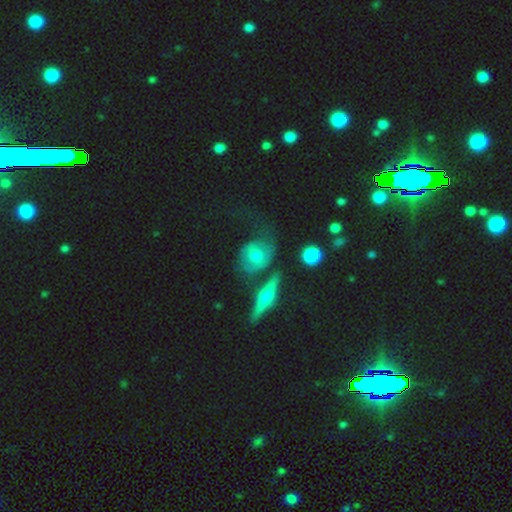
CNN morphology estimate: smooth-or-featured: featured or disk: 60% | smooth: 31% | star or artifact: 8%
  disk-edge-on: no: 66% | yes: 34%
  merging: none: 46% | minor disturbance: 22% | major disturbance: 19% | merger: 14%